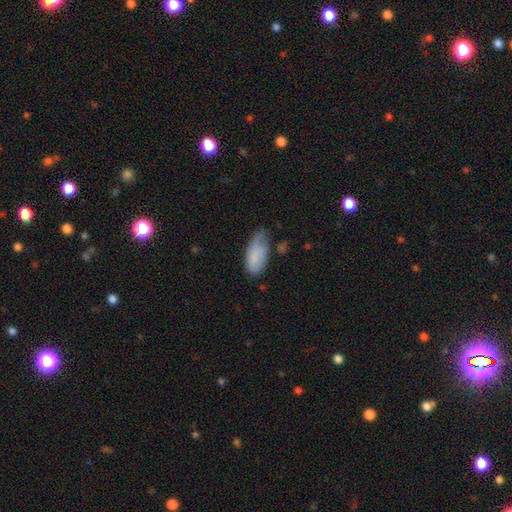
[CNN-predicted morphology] This is likely a smooth galaxy (77%). How rounded: clearly in between (92%). Merging: marginally minor disturbance (42%).